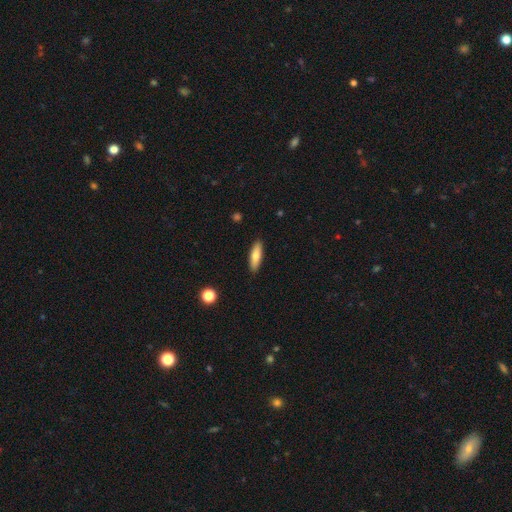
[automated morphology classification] Smooth or featured: smooth — 77% (featured or disk — 16%)
How rounded: cigar-shaped — 55% (in between — 43%)
Merging: none — 89% (minor disturbance — 8%)